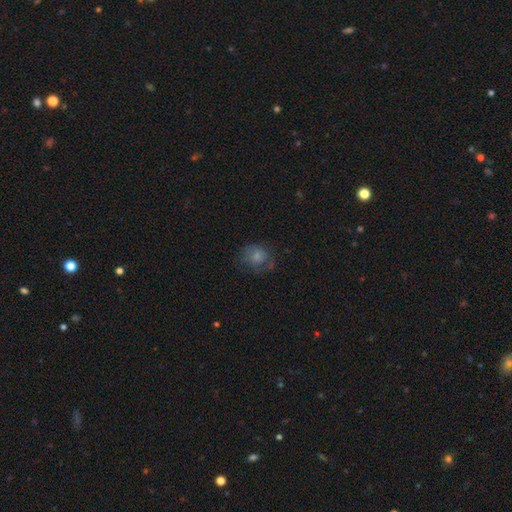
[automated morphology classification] A smooth galaxy with no disk features (57%) that is round (74%).

Vote fractions:
- Smooth or featured? smooth: 57% / featured or disk: 22% / star or artifact: 21%
- How rounded? round: 74% / in between: 25% / cigar-shaped: 1%
- Merging? none: 68% / minor disturbance: 20% / major disturbance: 10% / merger: 2%